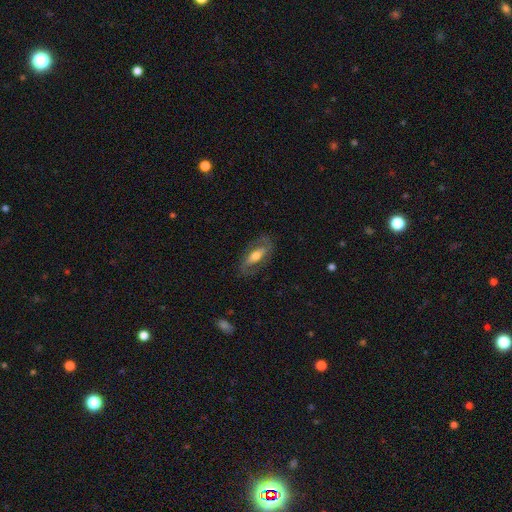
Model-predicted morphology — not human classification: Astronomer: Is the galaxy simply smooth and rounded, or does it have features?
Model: featured or disk — 61%.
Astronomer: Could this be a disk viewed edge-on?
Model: no — 81%.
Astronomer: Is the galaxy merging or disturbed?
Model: none — 76%.